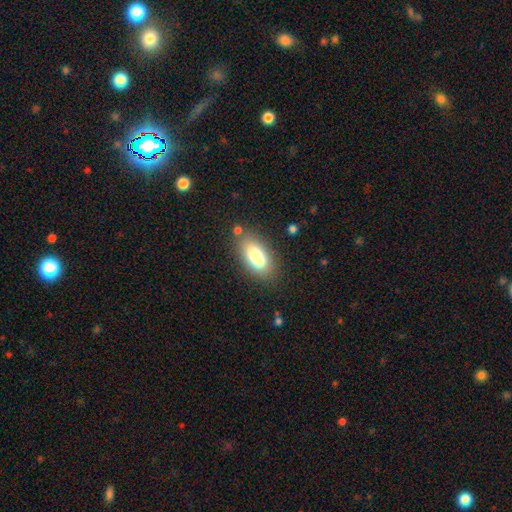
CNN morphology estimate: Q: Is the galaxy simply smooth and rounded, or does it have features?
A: smooth — 68%.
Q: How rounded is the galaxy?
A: in between — 86%.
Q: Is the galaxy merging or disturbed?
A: none — 54%.